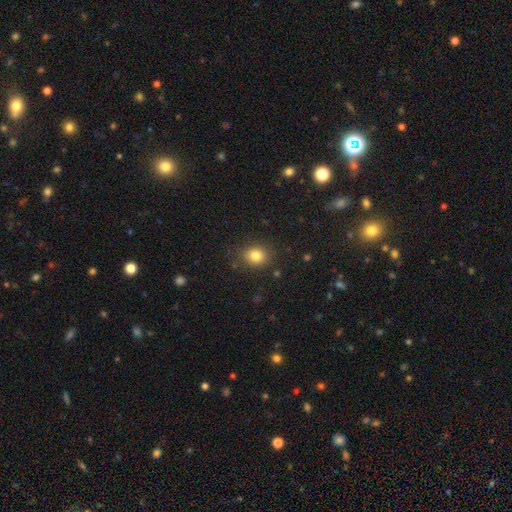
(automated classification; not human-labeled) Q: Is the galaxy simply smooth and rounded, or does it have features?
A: smooth — 82%.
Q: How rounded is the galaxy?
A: round — 70%.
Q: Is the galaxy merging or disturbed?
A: none — 84%.